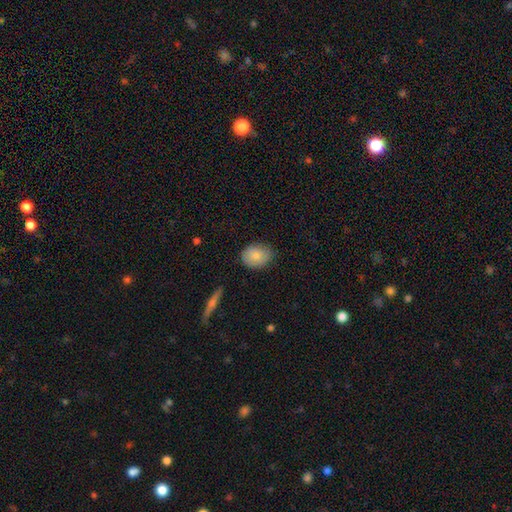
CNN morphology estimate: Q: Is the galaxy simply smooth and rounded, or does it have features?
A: smooth — 84%.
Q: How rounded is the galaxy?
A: in between — 56%.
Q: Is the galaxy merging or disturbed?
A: none — 77%.